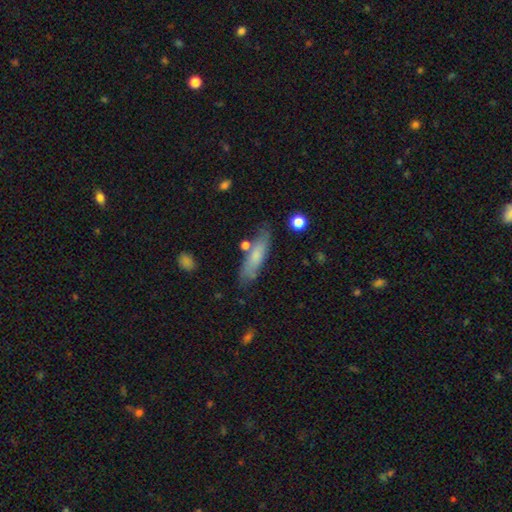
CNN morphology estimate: Q: Smooth or featured?
A: smooth (67%); runner-up: featured or disk (27%)
Q: How rounded?
A: cigar-shaped (64%); runner-up: in between (34%)
Q: Merging?
A: none (72%); runner-up: minor disturbance (17%)